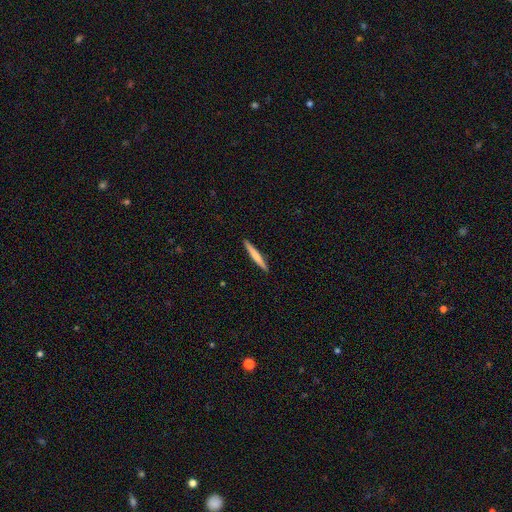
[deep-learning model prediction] A smooth galaxy with no disk features (59%) that is cigar-shaped (96%).

Vote fractions:
- Smooth or featured? smooth: 59% / featured or disk: 36% / star or artifact: 5%
- How rounded? cigar-shaped: 96% / in between: 3% / round: 1%
- Merging? none: 92% / minor disturbance: 5% / major disturbance: 1% / merger: 1%